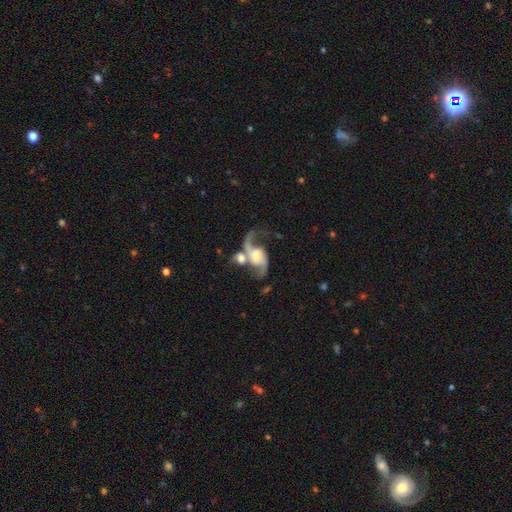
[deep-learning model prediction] Overall: featured or disk (87%). Edge-on disk: no (97%). Bar: no (52%; weak 34%). Spiral arms: yes (96%). Spiral arm count: 2 (90%). Spiral winding: loose (69%). Bulge size: moderate (37%; small 29%). Merging: merger (38%; none 36%).